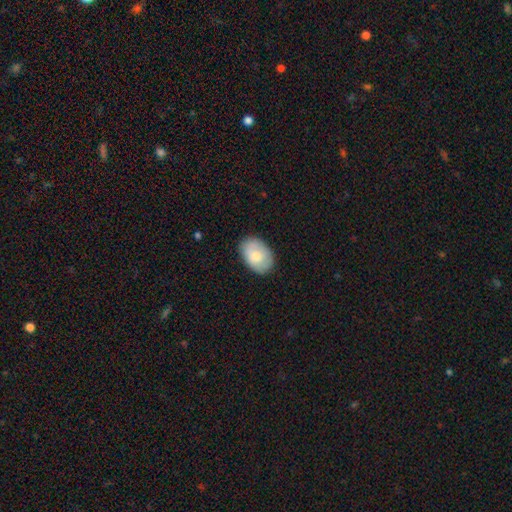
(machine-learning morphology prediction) Smooth or featured? smooth (74%)
How rounded? in between (83%)
Merging? none (82%)